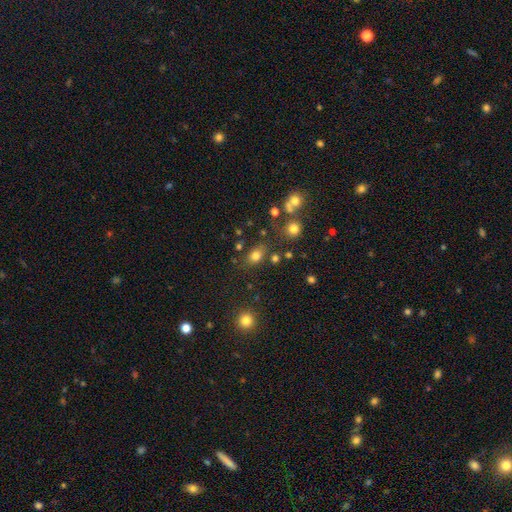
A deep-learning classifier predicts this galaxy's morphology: A smooth galaxy with no disk features (77%) that is in between round and cigar-shaped (68%). Merging: none (69%).